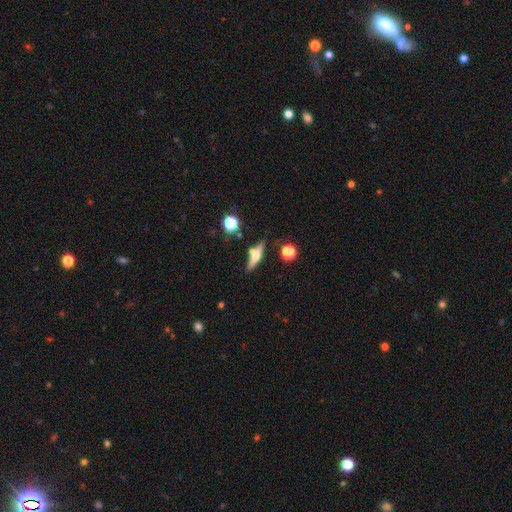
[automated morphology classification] Smooth or featured? featured or disk (51%)
Edge-on disk? yes (91%)
Merging? none (71%)